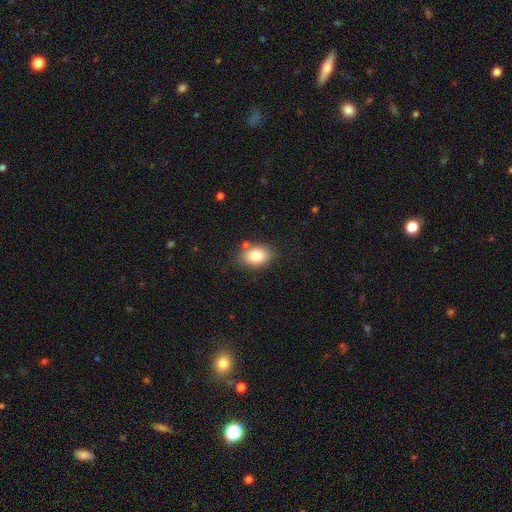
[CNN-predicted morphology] A smooth galaxy with no disk features (80%) that is in between round and cigar-shaped (75%). Merging: none (77%).